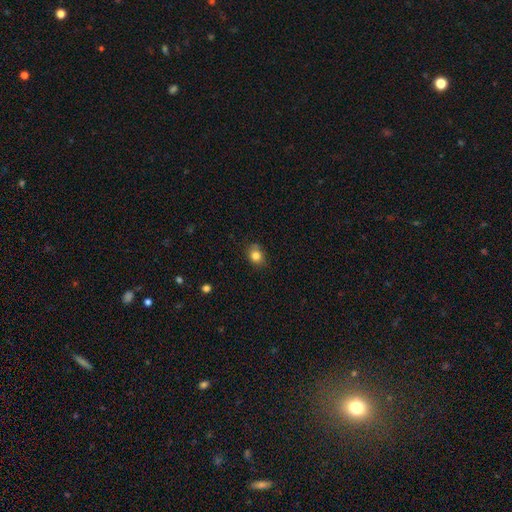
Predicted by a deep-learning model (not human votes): smooth 82%, star or artifact 11%, featured or disk 7%. Down the decision tree: how rounded — round (60%); merging — none (76%).